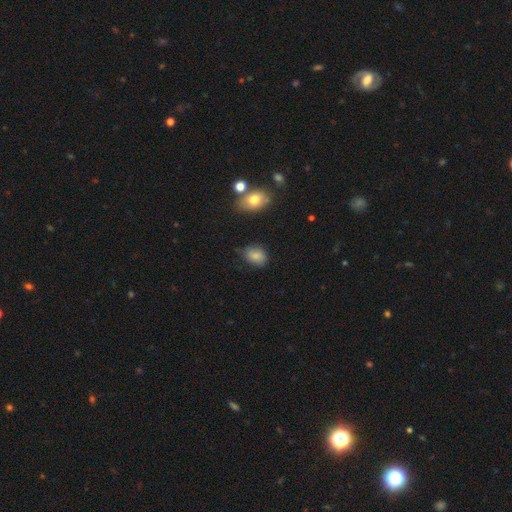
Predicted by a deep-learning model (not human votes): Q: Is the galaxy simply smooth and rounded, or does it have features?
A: smooth — 82%.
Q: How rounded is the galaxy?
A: in between — 66%.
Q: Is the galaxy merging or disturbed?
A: none — 65%.